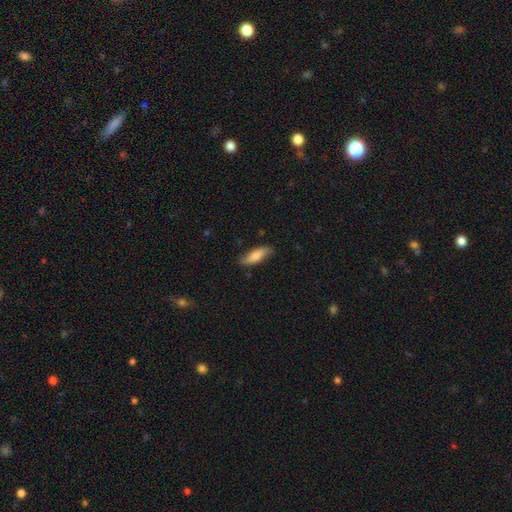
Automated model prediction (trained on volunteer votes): This appears to be a smooth galaxy with no disk features (74%) that is in between round and cigar-shaped (59%). Merging: none (80%).